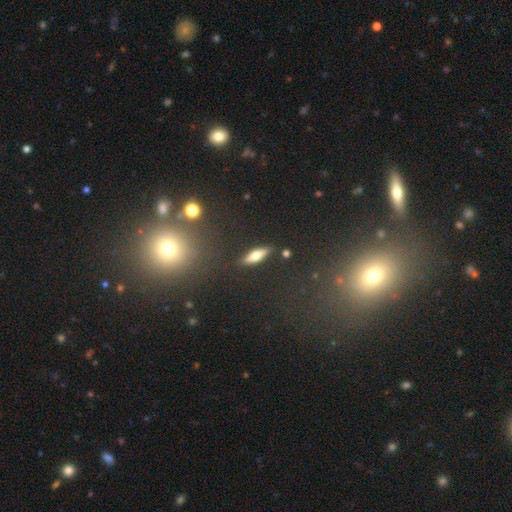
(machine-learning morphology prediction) This is likely a smooth galaxy (62%). How rounded: possibly cigar-shaped (49%). Merging: clearly none (86%).